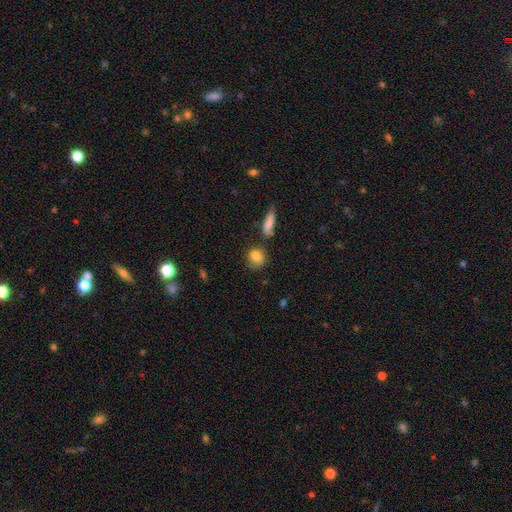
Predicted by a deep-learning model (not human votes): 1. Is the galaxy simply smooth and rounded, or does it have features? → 83% smooth, 9% star or artifact, 8% featured or disk.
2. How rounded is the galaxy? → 67% round, 29% in between, 4% cigar-shaped.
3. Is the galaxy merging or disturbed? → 67% none, 18% minor disturbance, 9% merger, 5% major disturbance.